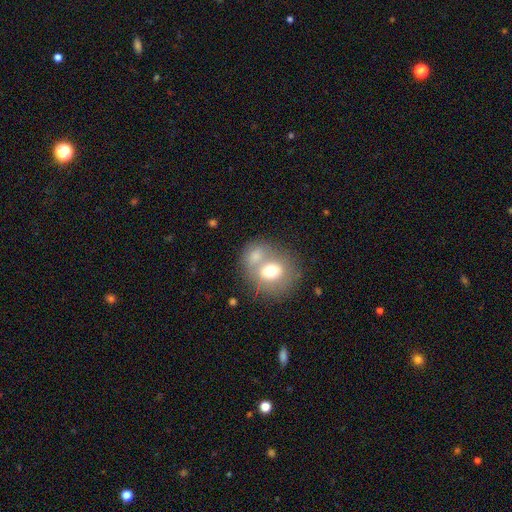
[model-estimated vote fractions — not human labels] Overall: smooth (65%; featured or disk 26%). How rounded: round (63%; in between 36%). Merging: merger (48%; none 36%).